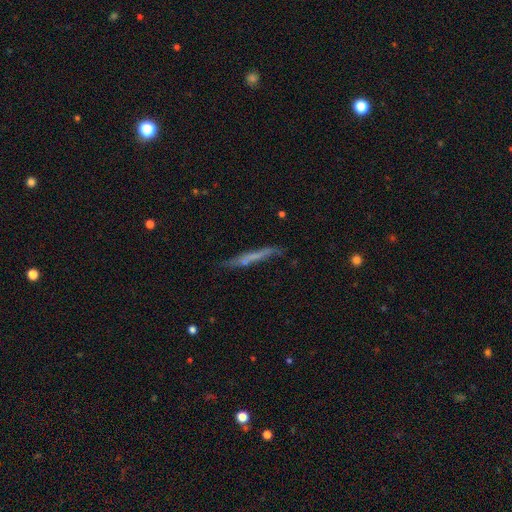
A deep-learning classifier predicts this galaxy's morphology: Overall: smooth (47%; featured or disk 45%). Merging: none (71%).